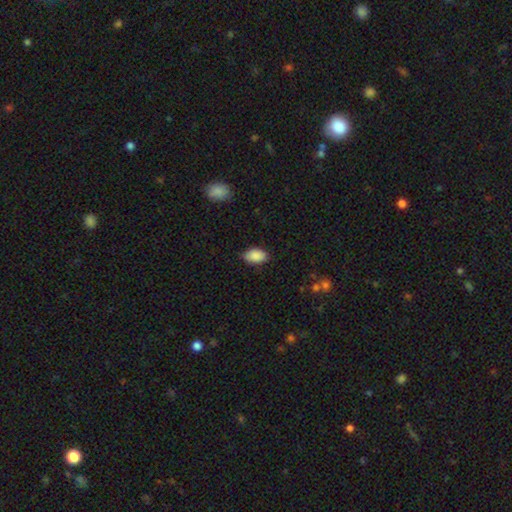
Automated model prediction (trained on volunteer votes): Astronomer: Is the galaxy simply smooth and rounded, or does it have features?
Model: smooth — 89%.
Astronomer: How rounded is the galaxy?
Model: in between — 93%.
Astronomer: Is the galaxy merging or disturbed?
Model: none — 83%.